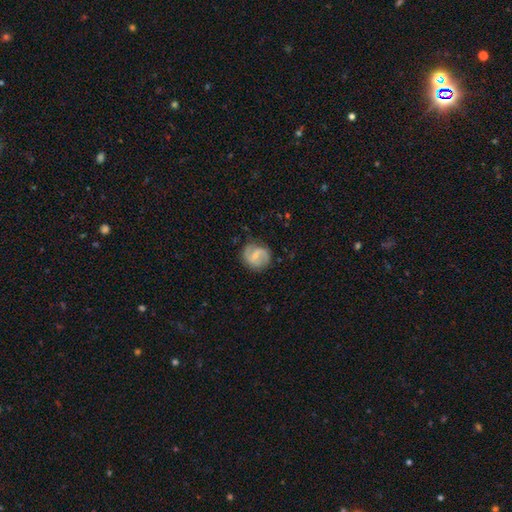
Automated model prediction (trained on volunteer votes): smooth-or-featured: featured or disk: 69% | smooth: 24% | star or artifact: 6%
  disk-edge-on: no: 98% | yes: 2%
    bar: weak: 56% | no: 23% | strong: 21%
    has-spiral-arms: yes: 91% | no: 9%
      spiral-winding: medium: 48% | loose: 32% | tight: 20%
      spiral-arm-count: 2: 87% | can't tell: 6% | 1: 4% | 3: 1% | 4: 1% | more than 4: 1%
    bulge-size: small: 55% | moderate: 27% | none: 15% | large: 2% | dominant: 1%
  merging: none: 74% | minor disturbance: 18% | major disturbance: 6% | merger: 1%